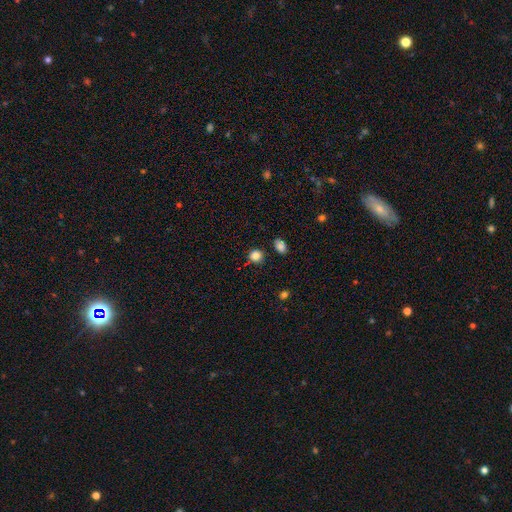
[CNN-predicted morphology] Q: Smooth or featured?
A: smooth (84%); runner-up: star or artifact (12%)
Q: How rounded?
A: round (86%); runner-up: in between (13%)
Q: Merging?
A: none (83%); runner-up: minor disturbance (10%)